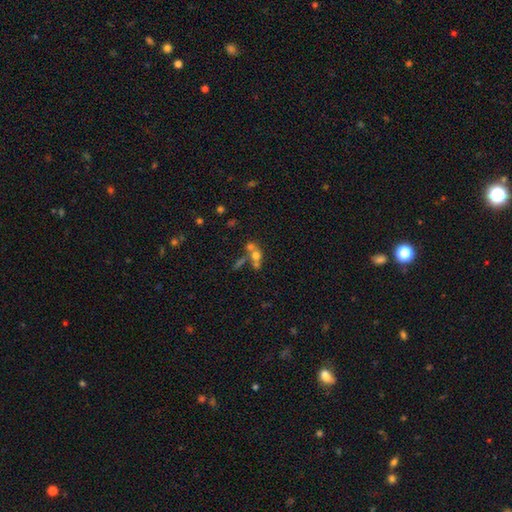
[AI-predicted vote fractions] smooth_or_featured: smooth (p=0.58) [alt: featured or disk p=0.26]
how_rounded: round (p=0.63) [alt: in between p=0.34]
merging: merger (p=0.56) [alt: none p=0.29]